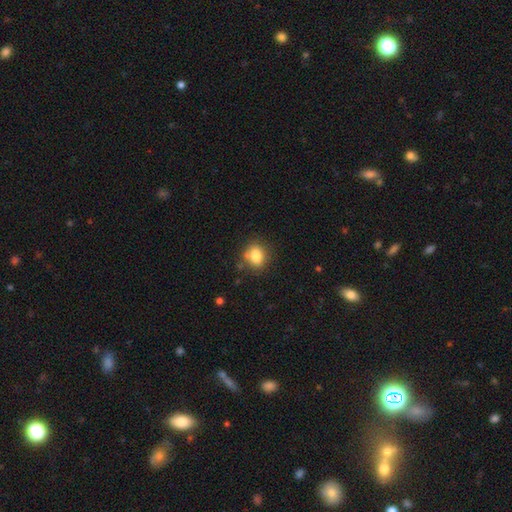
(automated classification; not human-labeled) smooth_or_featured: smooth (p=0.83) [alt: star or artifact p=0.10]
how_rounded: round (p=0.50) [alt: in between p=0.48]
merging: none (p=0.72) [alt: minor disturbance p=0.17]